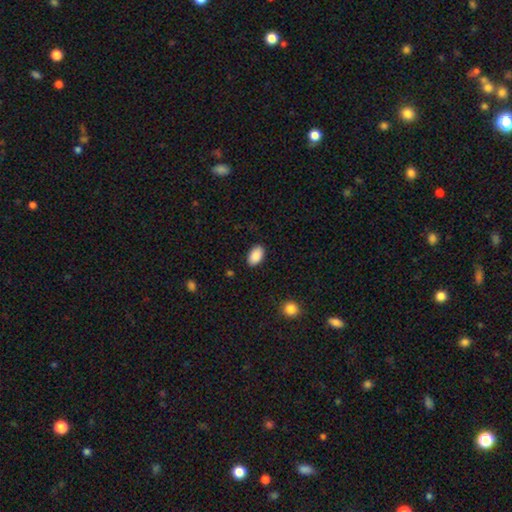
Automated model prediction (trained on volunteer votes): smooth-or-featured: smooth: 90% | star or artifact: 7% | featured or disk: 3%
  how-rounded: in between: 93% | round: 6% | cigar-shaped: 1%
  merging: none: 88% | minor disturbance: 9% | major disturbance: 2% | merger: 1%